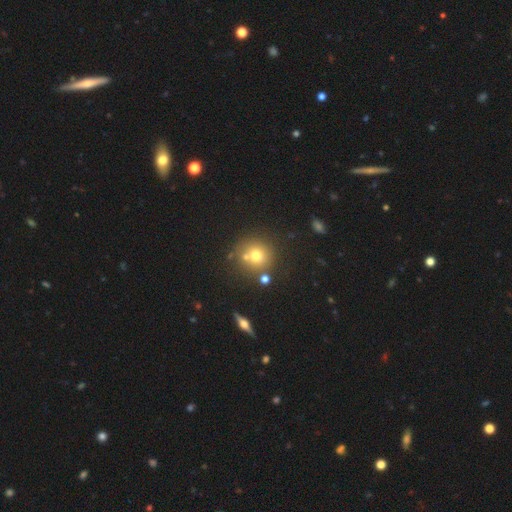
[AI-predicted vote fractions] Q: Smooth or featured?
A: smooth (68%); runner-up: featured or disk (16%)
Q: How rounded?
A: round (91%); runner-up: in between (8%)
Q: Merging?
A: none (70%); runner-up: merger (18%)